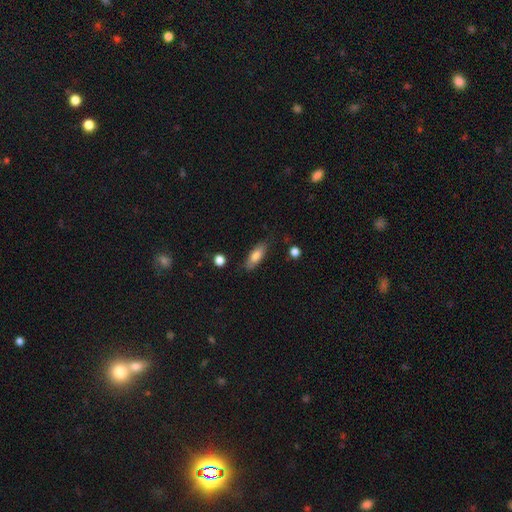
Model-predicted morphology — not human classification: A smooth galaxy with no disk features (79%) that is in between round and cigar-shaped (68%).

Vote fractions:
- Smooth or featured? smooth: 79% / featured or disk: 15% / star or artifact: 6%
- How rounded? in between: 68% / cigar-shaped: 30% / round: 2%
- Merging? none: 77% / minor disturbance: 17% / major disturbance: 4% / merger: 2%